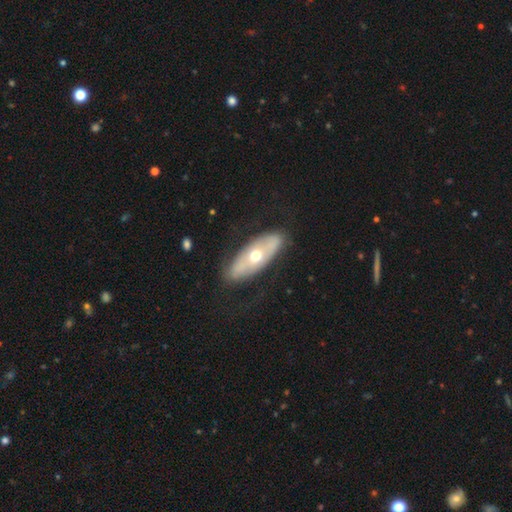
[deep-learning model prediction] featured or disk 55%, smooth 40%, star or artifact 6%. Down the decision tree: edge-on disk — no (73%); merging — none (80%).